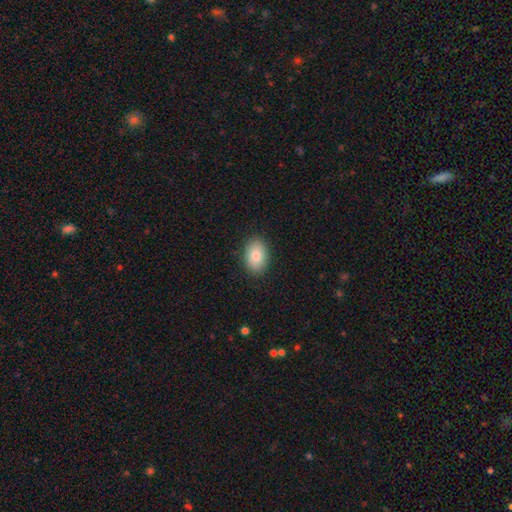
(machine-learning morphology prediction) smooth 83%, featured or disk 10%, star or artifact 7%. Down the decision tree: how rounded — in between (84%); merging — none (89%).